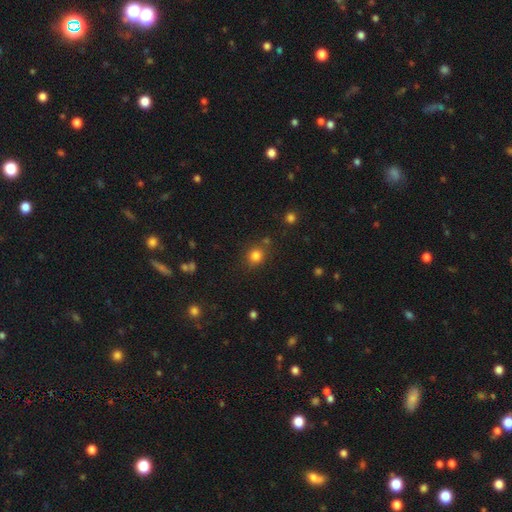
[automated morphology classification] This is clearly a smooth galaxy (81%). How rounded: clearly round (81%). Merging: likely none (76%).